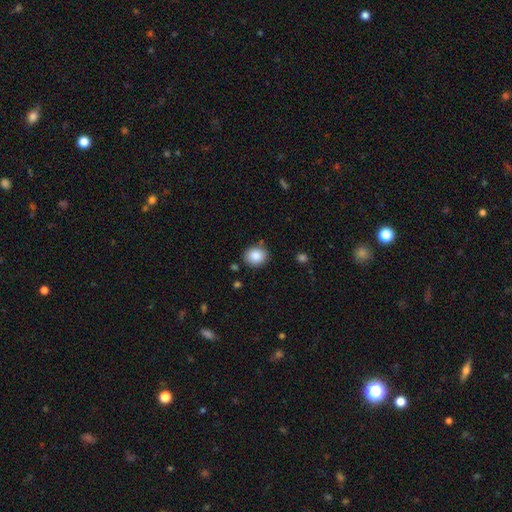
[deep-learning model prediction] A smooth galaxy with no disk features (85%) that is round (66%). Merging: none (85%).